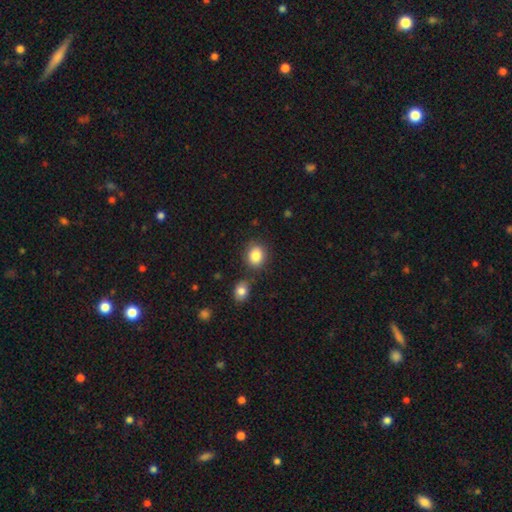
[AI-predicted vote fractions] A smooth galaxy with no disk features (85%) that is round (59%).

Vote fractions:
- Smooth or featured? smooth: 85% / star or artifact: 9% / featured or disk: 6%
- How rounded? round: 59% / in between: 40% / cigar-shaped: 1%
- Merging? none: 75% / minor disturbance: 11% / merger: 11% / major disturbance: 3%